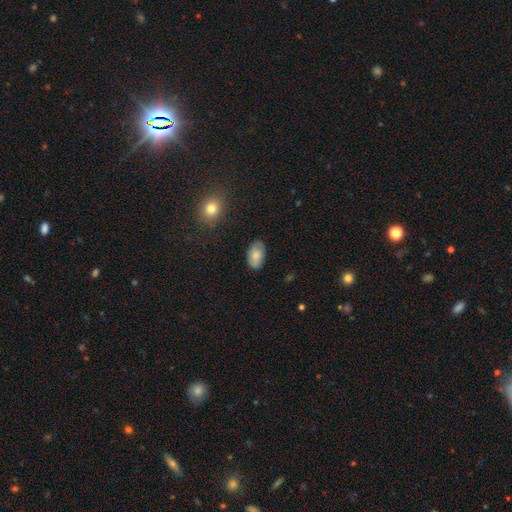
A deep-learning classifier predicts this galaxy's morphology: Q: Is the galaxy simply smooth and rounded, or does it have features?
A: smooth — 72%.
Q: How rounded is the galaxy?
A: in between — 92%.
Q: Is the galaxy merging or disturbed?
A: none — 76%.